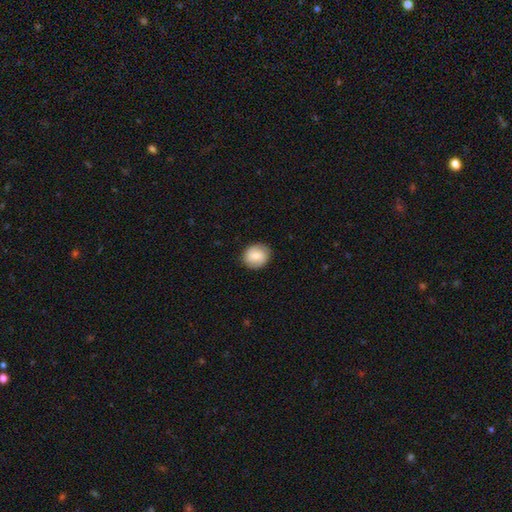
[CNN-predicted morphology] smooth 63%, featured or disk 30%, star or artifact 7%. Down the decision tree: how rounded — round (79%); merging — none (87%).